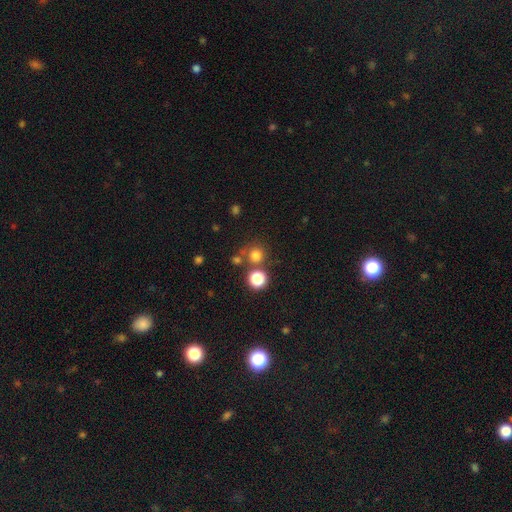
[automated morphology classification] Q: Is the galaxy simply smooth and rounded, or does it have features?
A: smooth — 75%.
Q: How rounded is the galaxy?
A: round — 92%.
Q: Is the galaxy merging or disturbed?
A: none — 71%.